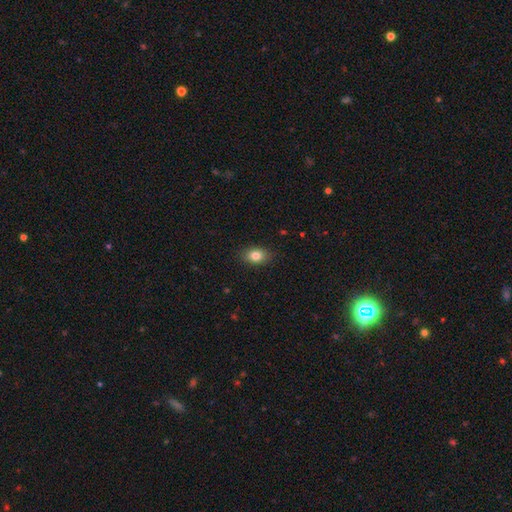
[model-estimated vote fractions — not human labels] smooth-or-featured: smooth: 81% | star or artifact: 10% | featured or disk: 9%
  how-rounded: in between: 77% | round: 21% | cigar-shaped: 2%
  merging: none: 87% | minor disturbance: 9% | major disturbance: 2% | merger: 1%